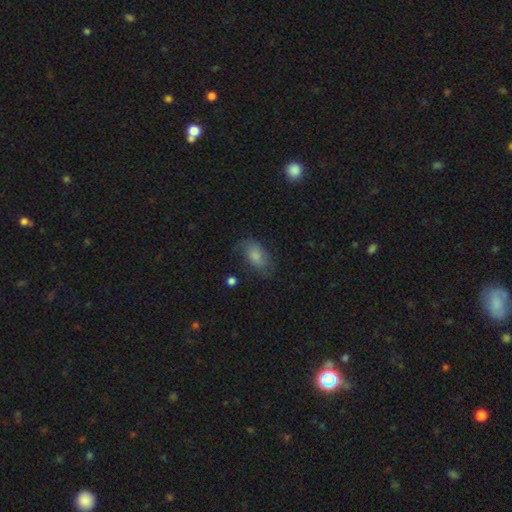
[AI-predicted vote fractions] smooth 73%, featured or disk 19%, star or artifact 9%. Down the decision tree: how rounded — in between (89%); merging — none (62%).